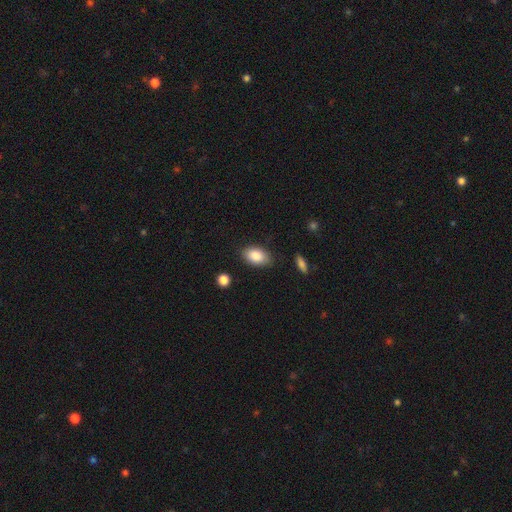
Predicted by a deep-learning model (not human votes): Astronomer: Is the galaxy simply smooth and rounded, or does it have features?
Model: smooth — 85%.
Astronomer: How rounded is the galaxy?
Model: in between — 91%.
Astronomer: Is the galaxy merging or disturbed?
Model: none — 84%.